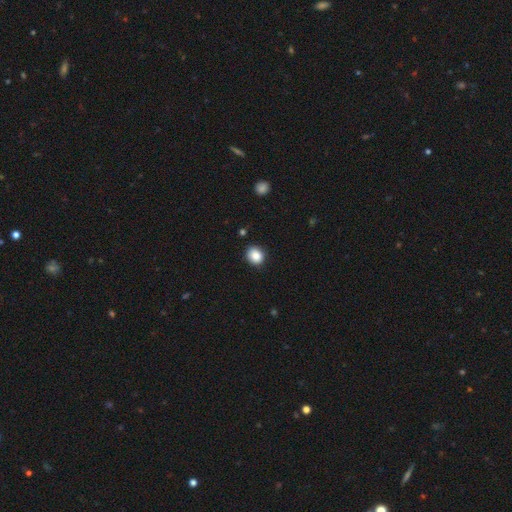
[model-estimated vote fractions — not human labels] A smooth galaxy with no disk features (86%) that is round (70%). Merging: none (88%).